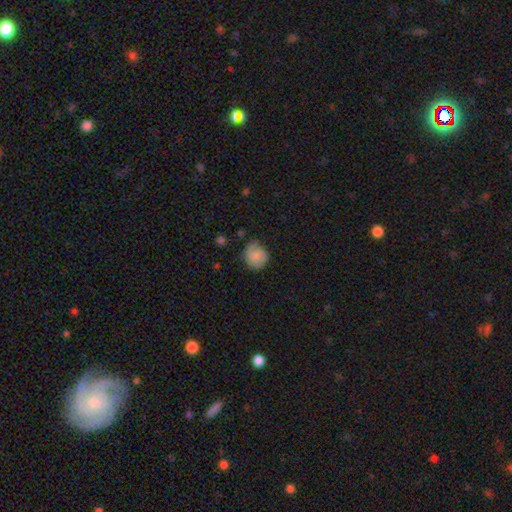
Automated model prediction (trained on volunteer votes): smooth-or-featured: smooth: 66% | featured or disk: 27% | star or artifact: 8%
  how-rounded: round: 79% | in between: 20% | cigar-shaped: 1%
  merging: none: 62% | minor disturbance: 28% | major disturbance: 9% | merger: 2%